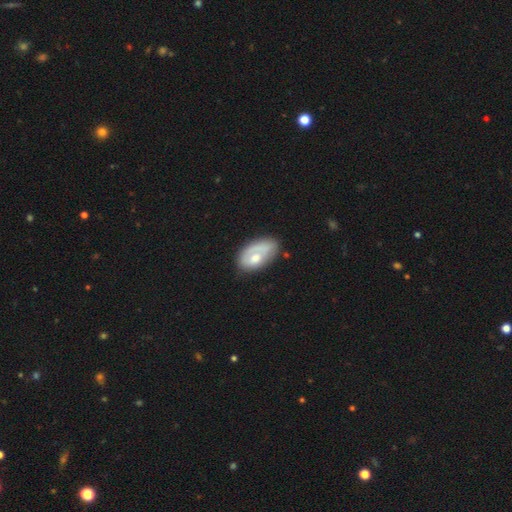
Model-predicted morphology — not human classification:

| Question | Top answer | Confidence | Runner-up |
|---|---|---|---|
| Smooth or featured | smooth | 50% | featured or disk (44%) |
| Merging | none | 55% | minor disturbance (25%) |